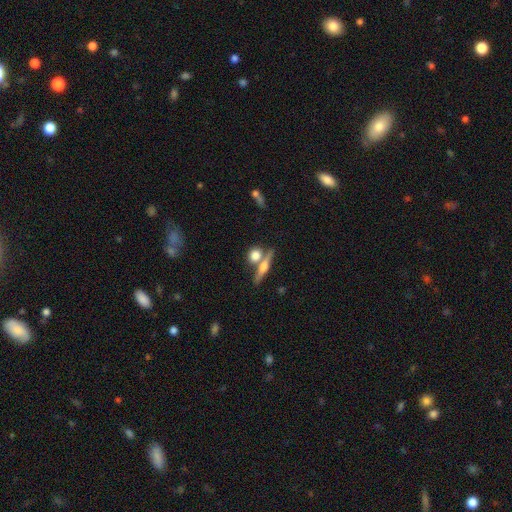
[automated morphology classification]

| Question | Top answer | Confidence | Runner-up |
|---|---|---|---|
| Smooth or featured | smooth | 53% | featured or disk (38%) |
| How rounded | round | 47% | cigar-shaped (28%) |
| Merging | none | 62% | merger (24%) |